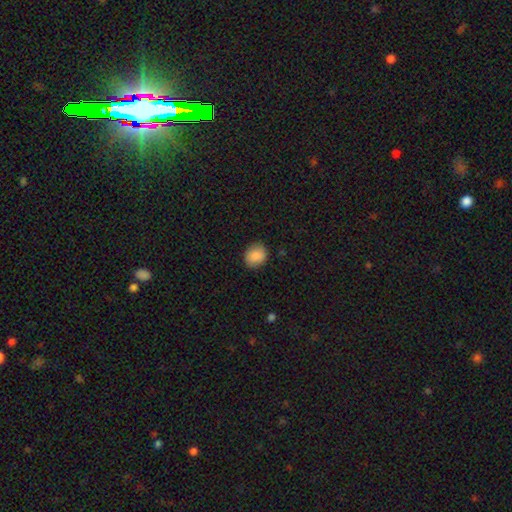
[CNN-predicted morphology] Smooth or featured?
  - smooth: 87% *
  - star or artifact: 8%
  - featured or disk: 5%
How rounded?
  - round: 68% *
  - in between: 31%
  - cigar-shaped: 1%
Merging?
  - none: 85% *
  - minor disturbance: 11%
  - major disturbance: 2%
  - merger: 1%